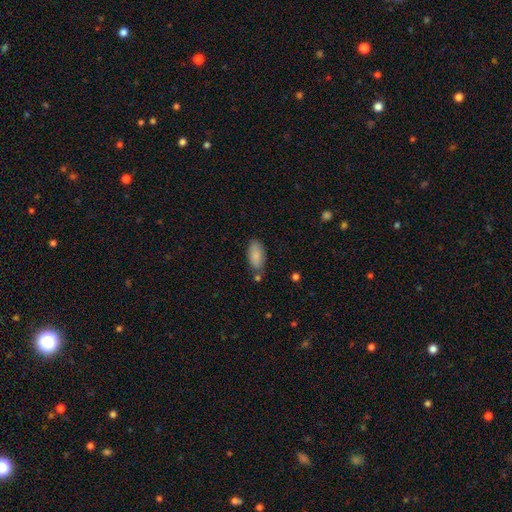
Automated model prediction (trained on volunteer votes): smooth 85%, featured or disk 8%, star or artifact 7%. Down the decision tree: how rounded — in between (90%); merging — none (71%).